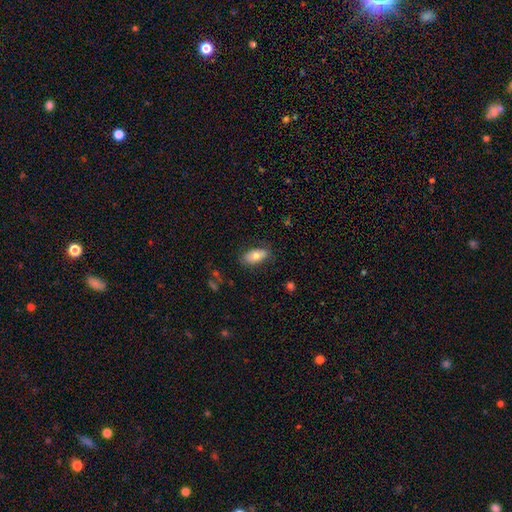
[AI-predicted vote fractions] Q: Smooth or featured?
A: smooth (73%); runner-up: featured or disk (20%)
Q: How rounded?
A: in between (91%); runner-up: cigar-shaped (5%)
Q: Merging?
A: none (80%); runner-up: minor disturbance (15%)